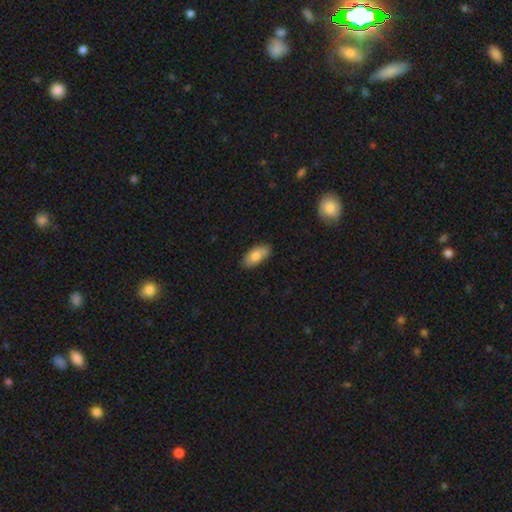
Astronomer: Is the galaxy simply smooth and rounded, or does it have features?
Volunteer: smooth — 69%.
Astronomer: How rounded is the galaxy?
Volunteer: in between — 84%.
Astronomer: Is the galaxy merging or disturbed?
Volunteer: none — 82%.